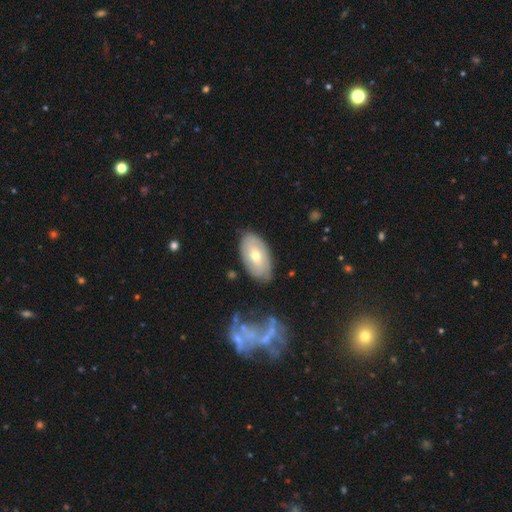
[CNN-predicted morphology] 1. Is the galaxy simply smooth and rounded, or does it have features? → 47% featured or disk, 46% smooth, 7% star or artifact.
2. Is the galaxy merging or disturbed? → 74% none, 19% minor disturbance, 5% major disturbance, 3% merger.